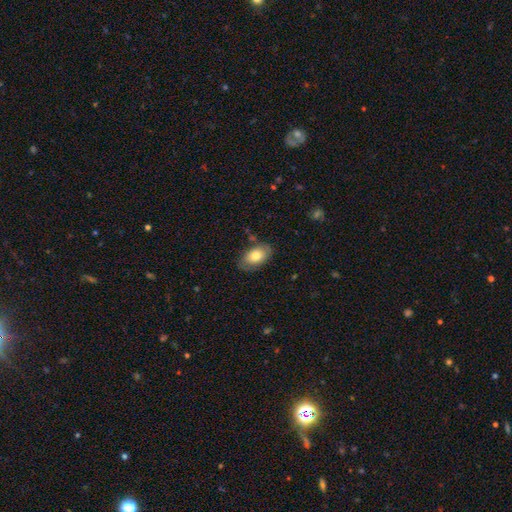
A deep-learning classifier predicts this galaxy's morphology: This appears to be a smooth galaxy with no disk features (75%) that is in between round and cigar-shaped (91%). Merging: none (77%).